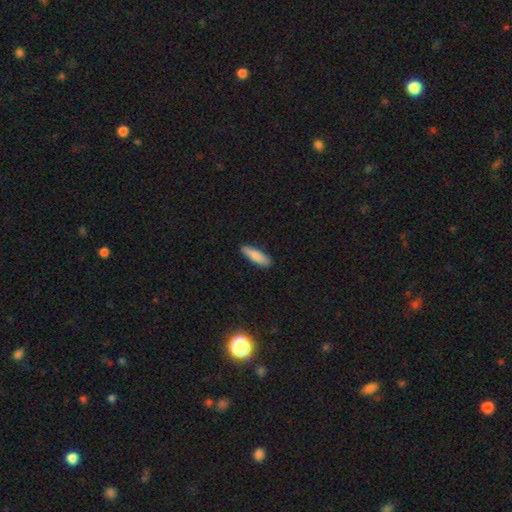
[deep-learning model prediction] Q: Smooth or featured?
A: smooth (84%); runner-up: featured or disk (10%)
Q: How rounded?
A: cigar-shaped (64%); runner-up: in between (35%)
Q: Merging?
A: none (89%); runner-up: minor disturbance (8%)